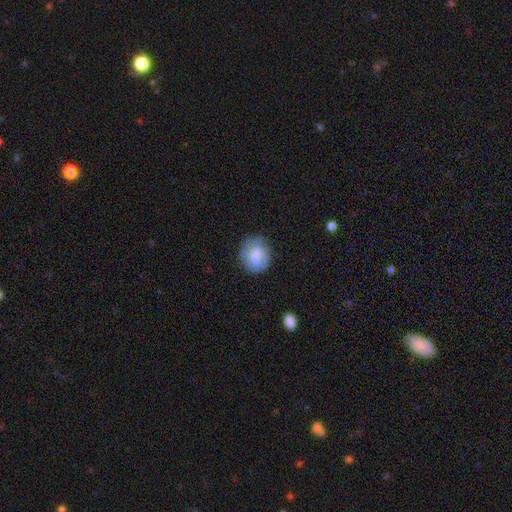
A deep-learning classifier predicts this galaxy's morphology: smooth_or_featured: smooth (p=0.66) [alt: featured or disk p=0.27]
how_rounded: round (p=0.59) [alt: in between p=0.39]
merging: none (p=0.72) [alt: minor disturbance p=0.20]